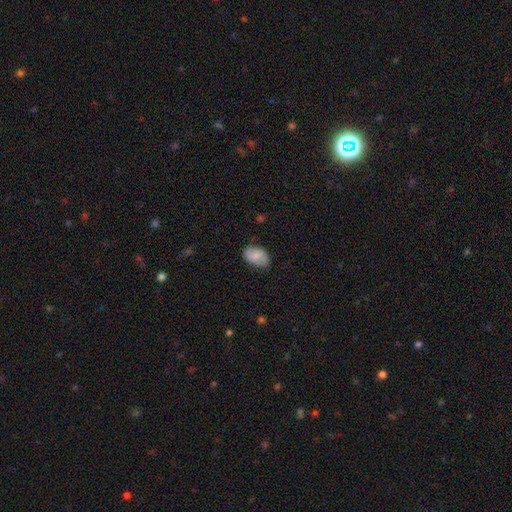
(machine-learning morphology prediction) The model was most divided on "smooth or featured": smooth: 71%, featured or disk: 22%, star or artifact: 7%. More confident: how rounded — in between (90%); merging — none (78%).